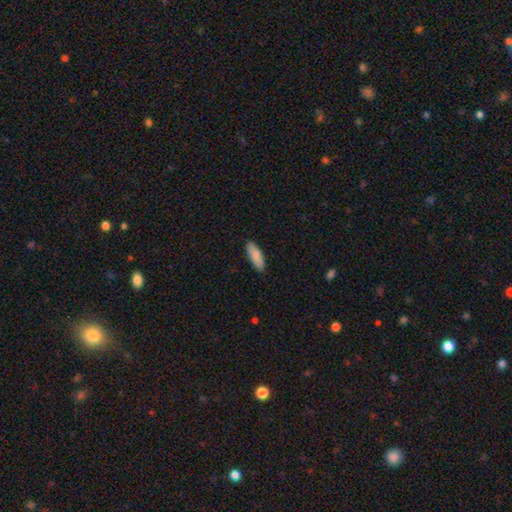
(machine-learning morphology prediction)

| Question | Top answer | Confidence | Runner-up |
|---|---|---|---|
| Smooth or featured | smooth | 88% | featured or disk (6%) |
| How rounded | in between | 57% | cigar-shaped (41%) |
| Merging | none | 88% | minor disturbance (9%) |